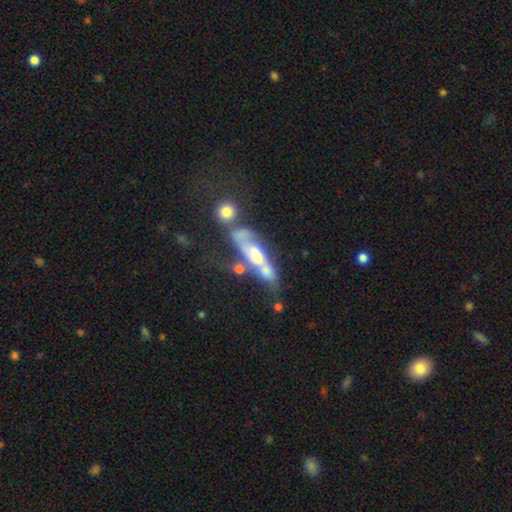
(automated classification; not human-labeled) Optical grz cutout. It shows a featured or disk galaxy (64%). Merging: merger (46%).